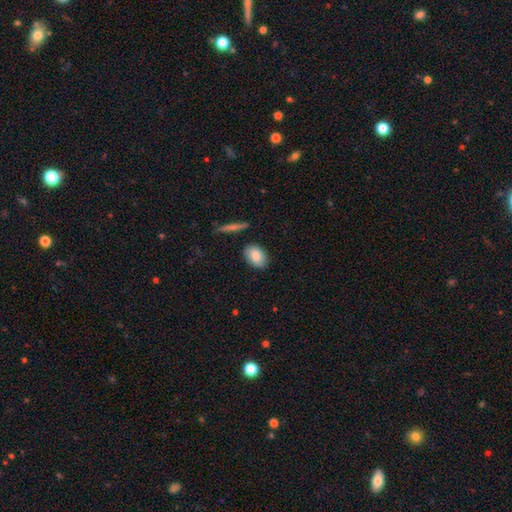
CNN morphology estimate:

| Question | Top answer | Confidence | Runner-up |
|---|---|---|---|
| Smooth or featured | smooth | 84% | featured or disk (9%) |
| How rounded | in between | 80% | round (18%) |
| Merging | none | 85% | minor disturbance (10%) |